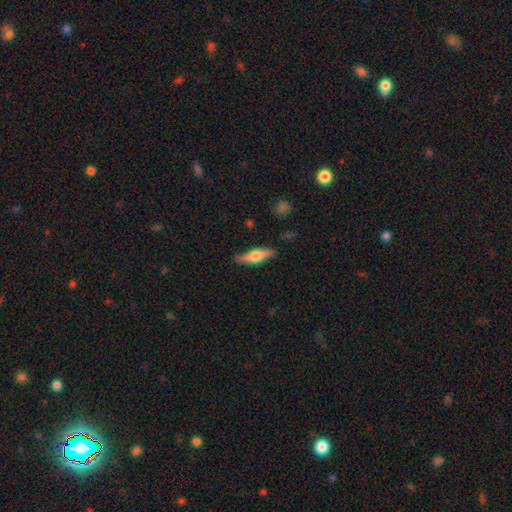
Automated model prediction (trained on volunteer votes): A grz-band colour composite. It shows a featured or disk galaxy (50%) viewed edge-on (88%). Merging: none (80%).